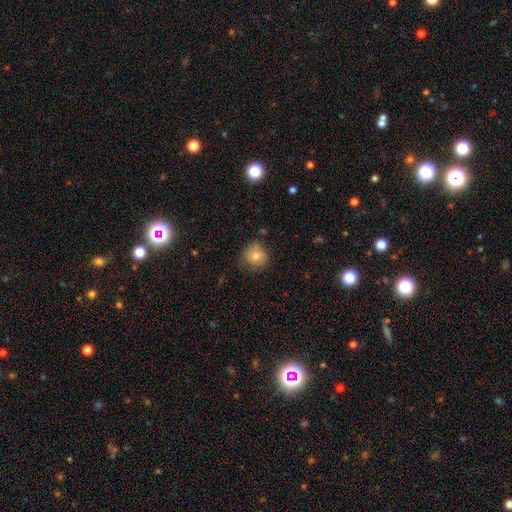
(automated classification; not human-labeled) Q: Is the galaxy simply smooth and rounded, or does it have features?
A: smooth — 79%.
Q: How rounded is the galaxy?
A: round — 88%.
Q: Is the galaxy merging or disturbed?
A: none — 71%.